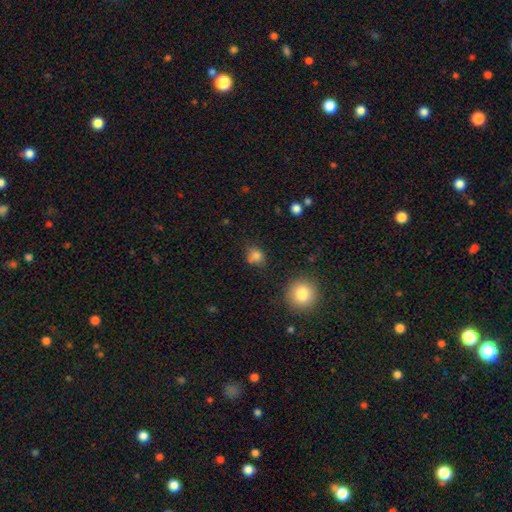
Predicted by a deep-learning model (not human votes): This appears to be a smooth galaxy with no disk features (78%) that is round (62%). Merging: none (64%).